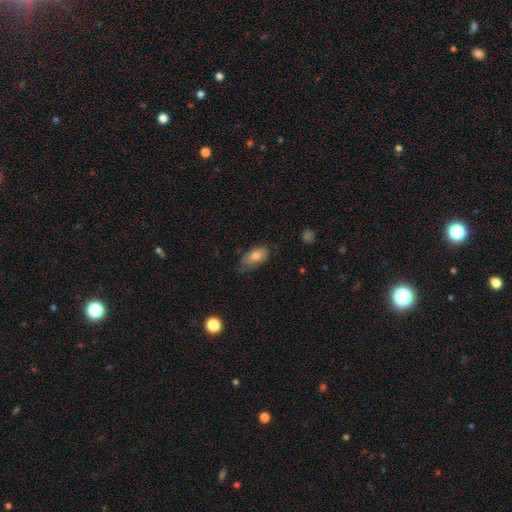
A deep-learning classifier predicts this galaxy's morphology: smooth-or-featured: smooth: 72% | featured or disk: 20% | star or artifact: 8%
  how-rounded: in between: 89% | cigar-shaped: 7% | round: 4%
  merging: none: 63% | minor disturbance: 29% | major disturbance: 7% | merger: 1%